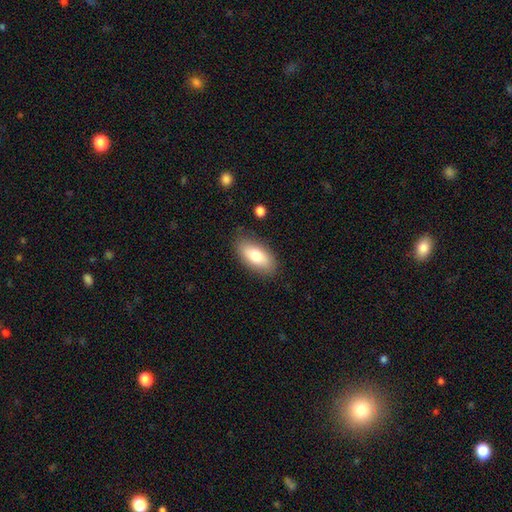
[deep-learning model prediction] A smooth galaxy with no disk features (77%) that is in between round and cigar-shaped (90%). Merging: none (83%).